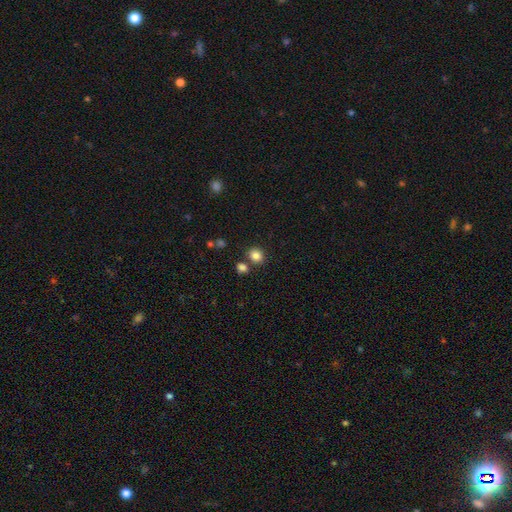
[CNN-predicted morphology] This appears to be a smooth galaxy with no disk features (84%) that is round (71%). Merging: none (77%).